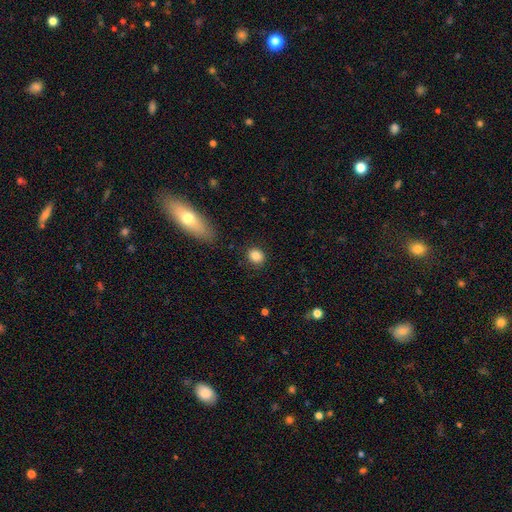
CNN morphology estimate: This is clearly a smooth galaxy (85%). How rounded: likely round (74%). Merging: clearly none (87%).